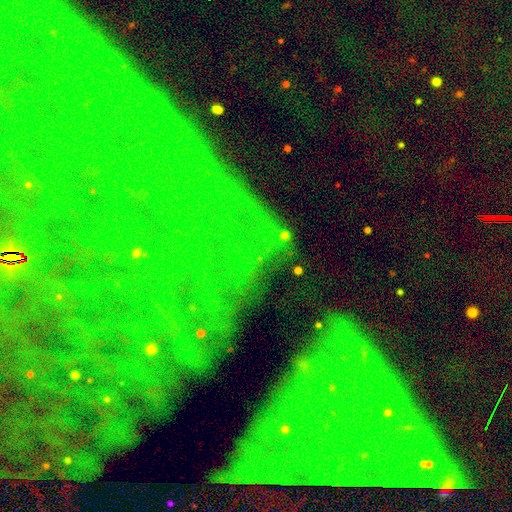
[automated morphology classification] Smooth or featured?
  - star or artifact: 82% *
  - featured or disk: 10%
  - smooth: 8%